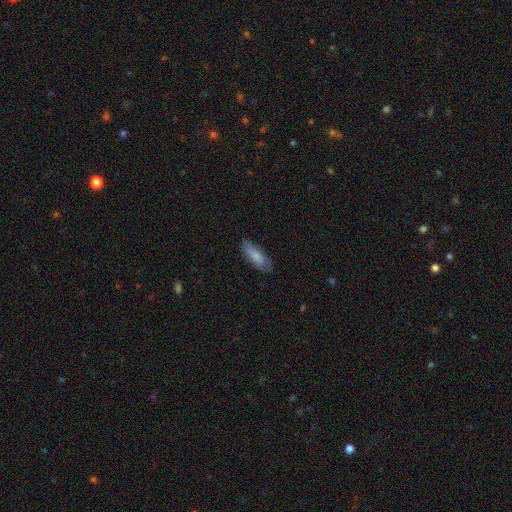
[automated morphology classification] A smooth galaxy with no disk features (77%) that is in between round and cigar-shaped (64%). Merging: none (76%).